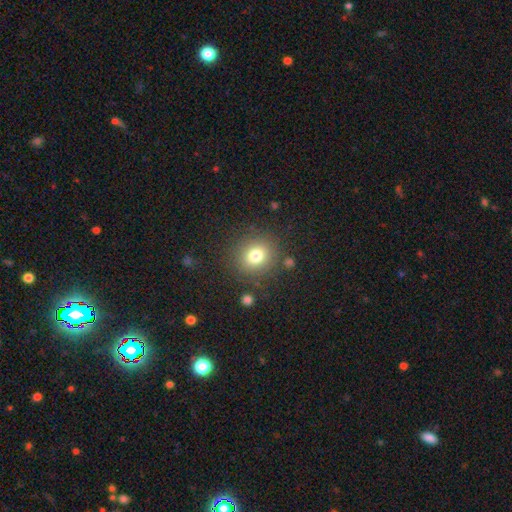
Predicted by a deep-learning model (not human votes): This is likely a smooth galaxy (78%). How rounded: clearly round (82%). Merging: clearly none (85%).